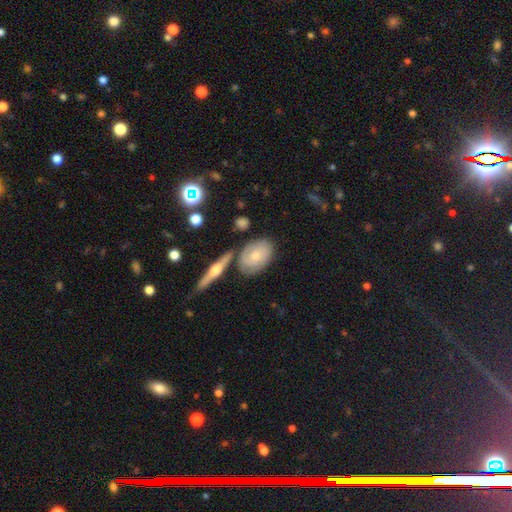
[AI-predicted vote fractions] A smooth galaxy with no disk features (56%) that is in between round and cigar-shaped (80%).

Vote fractions:
- Smooth or featured? smooth: 56% / featured or disk: 37% / star or artifact: 6%
- How rounded? in between: 80% / round: 17% / cigar-shaped: 3%
- Merging? none: 66% / minor disturbance: 17% / merger: 12% / major disturbance: 4%